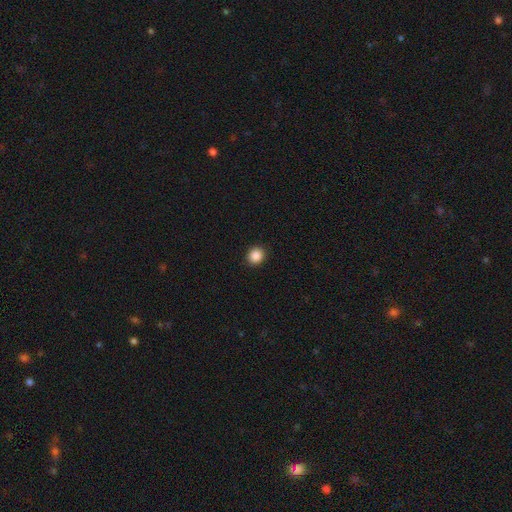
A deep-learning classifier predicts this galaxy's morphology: smooth_or_featured: smooth (p=0.88) [alt: star or artifact p=0.10]
how_rounded: round (p=0.88) [alt: in between p=0.11]
merging: none (p=0.92) [alt: minor disturbance p=0.05]